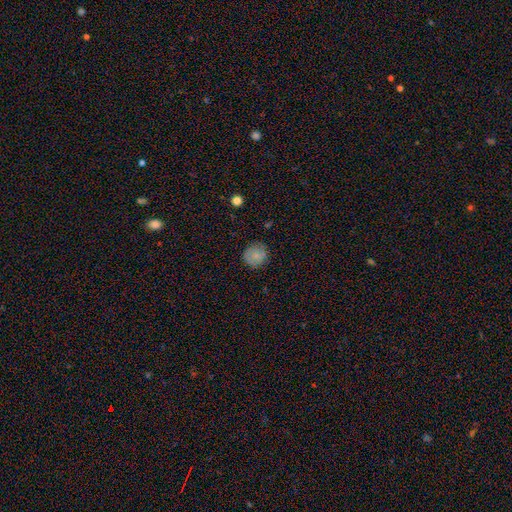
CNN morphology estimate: Smooth or featured? smooth (77%)
How rounded? round (89%)
Merging? none (80%)